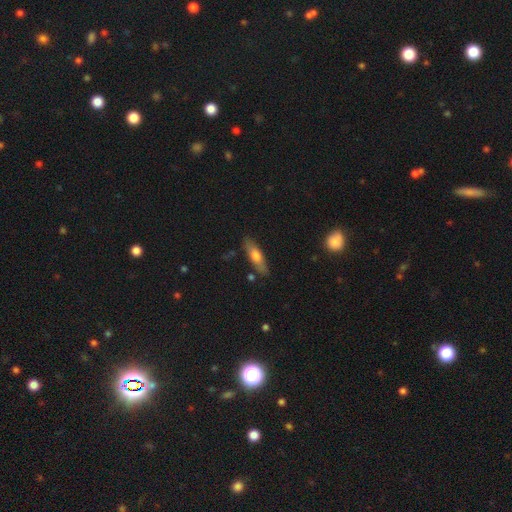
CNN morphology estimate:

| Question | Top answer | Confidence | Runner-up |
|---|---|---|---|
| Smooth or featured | smooth | 62% | featured or disk (32%) |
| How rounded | cigar-shaped | 54% | in between (43%) |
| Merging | none | 81% | minor disturbance (13%) |